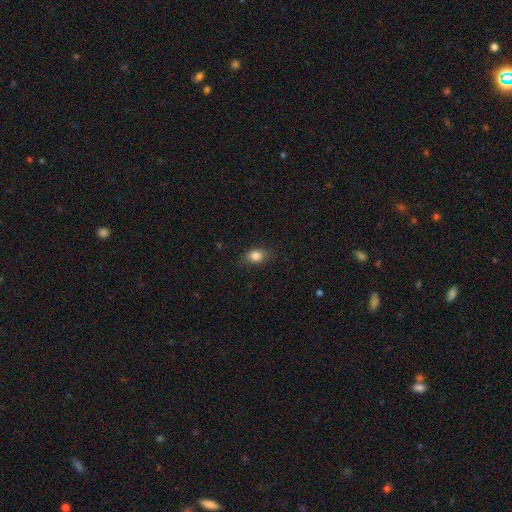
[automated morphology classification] Smooth or featured? Predicted: smooth (p=0.83). How rounded? Predicted: in between (p=0.68). Merging? Predicted: none (p=0.81).